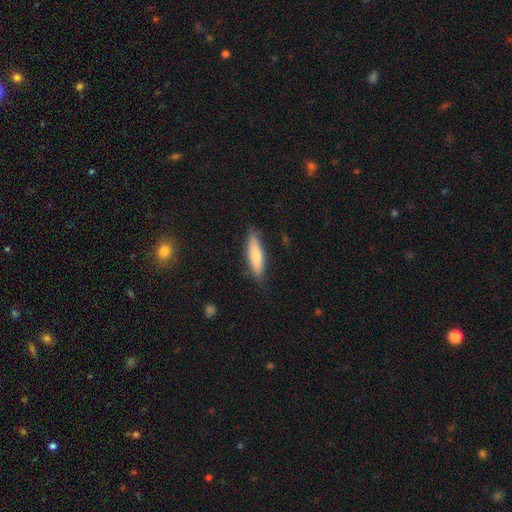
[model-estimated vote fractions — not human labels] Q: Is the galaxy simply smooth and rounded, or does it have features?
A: smooth — 70%.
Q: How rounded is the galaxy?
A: cigar-shaped — 69%.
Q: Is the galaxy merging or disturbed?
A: none — 83%.